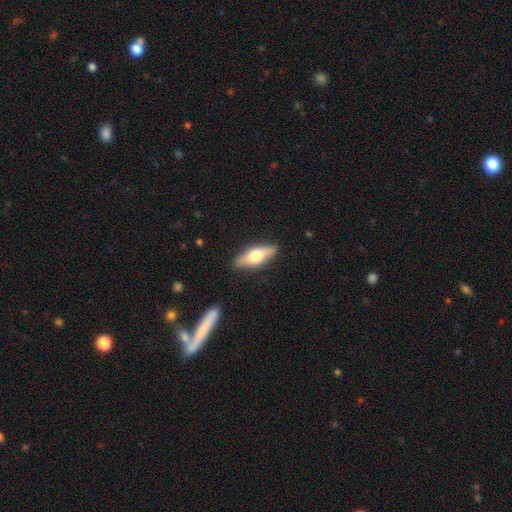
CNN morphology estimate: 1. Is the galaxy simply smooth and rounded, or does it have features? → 57% smooth, 37% featured or disk, 6% star or artifact.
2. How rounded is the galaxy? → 63% in between, 35% cigar-shaped, 3% round.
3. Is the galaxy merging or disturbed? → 86% none, 11% minor disturbance, 2% major disturbance, 1% merger.